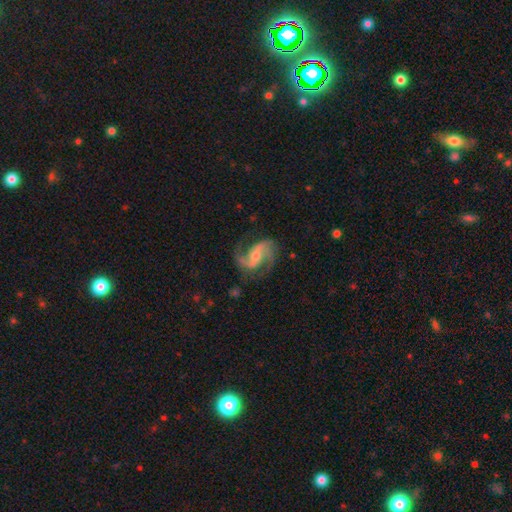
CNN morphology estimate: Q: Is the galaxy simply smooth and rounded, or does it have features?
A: featured or disk — 89%.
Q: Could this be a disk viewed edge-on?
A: no — 98%.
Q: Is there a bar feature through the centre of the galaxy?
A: weak — 44%.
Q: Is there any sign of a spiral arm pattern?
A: yes — 98%.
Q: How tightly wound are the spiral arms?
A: medium — 54%.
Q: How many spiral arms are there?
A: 2 — 83%.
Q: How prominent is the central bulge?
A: moderate — 51%.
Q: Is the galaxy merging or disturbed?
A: none — 72%.